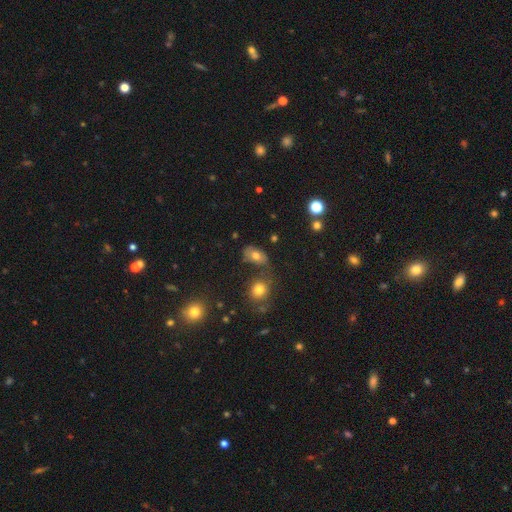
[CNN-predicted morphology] Smooth or featured? Predicted: smooth (p=0.72). How rounded? Predicted: in between (p=0.84). Merging? Predicted: none (p=0.61).